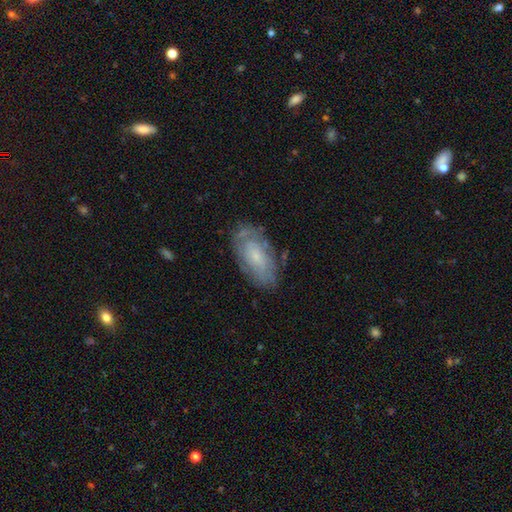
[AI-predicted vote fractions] Q: Smooth or featured?
A: featured or disk (55%); runner-up: smooth (36%)
Q: Edge-on disk?
A: no (91%); runner-up: yes (9%)
Q: Bar?
A: no (77%); runner-up: weak (20%)
Q: Spiral arms?
A: yes (68%); runner-up: no (32%)
Q: Bulge size?
A: small (68%); runner-up: moderate (21%)
Q: Merging?
A: none (74%); runner-up: minor disturbance (19%)